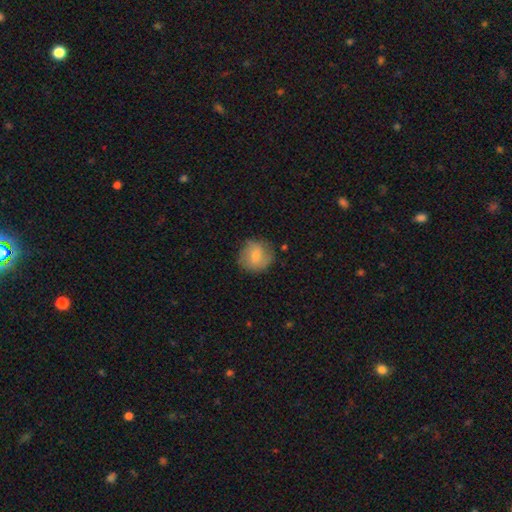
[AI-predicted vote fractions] Smooth or featured? smooth (72%)
How rounded? round (86%)
Merging? none (76%)